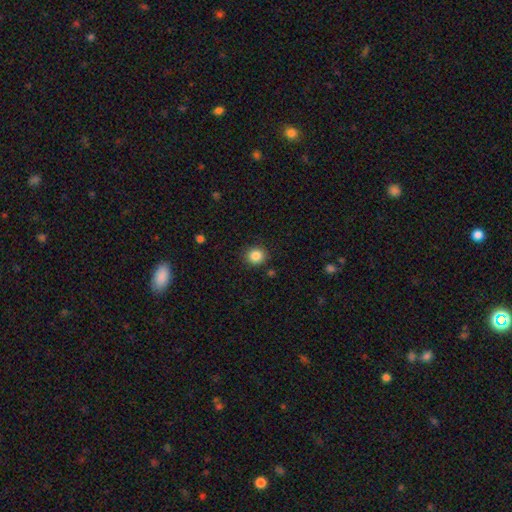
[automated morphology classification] This appears to be a smooth galaxy with no disk features (85%) that is round (87%). Merging: none (89%).